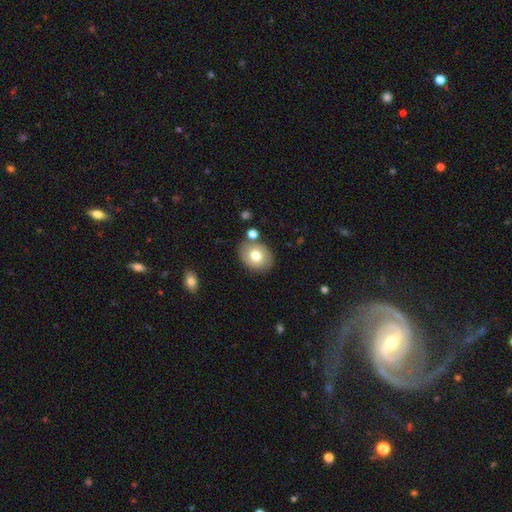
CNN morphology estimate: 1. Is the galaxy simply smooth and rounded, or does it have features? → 74% smooth, 18% featured or disk, 8% star or artifact.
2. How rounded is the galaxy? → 55% in between, 44% round, 1% cigar-shaped.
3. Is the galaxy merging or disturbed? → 76% none, 13% minor disturbance, 8% merger, 3% major disturbance.